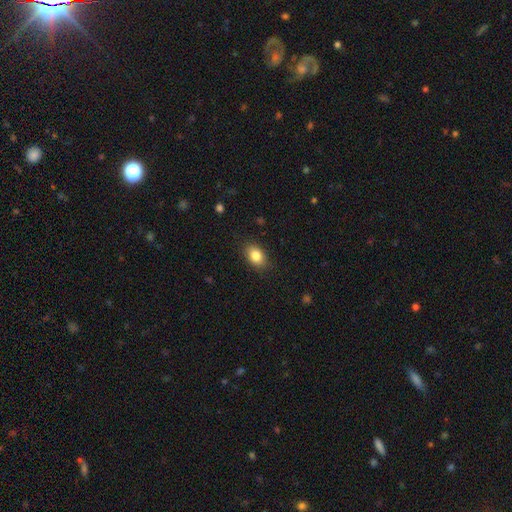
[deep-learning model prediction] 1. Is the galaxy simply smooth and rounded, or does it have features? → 84% smooth, 9% star or artifact, 7% featured or disk.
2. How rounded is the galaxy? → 79% in between, 19% round, 1% cigar-shaped.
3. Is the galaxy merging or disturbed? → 85% none, 11% minor disturbance, 3% major disturbance, 1% merger.